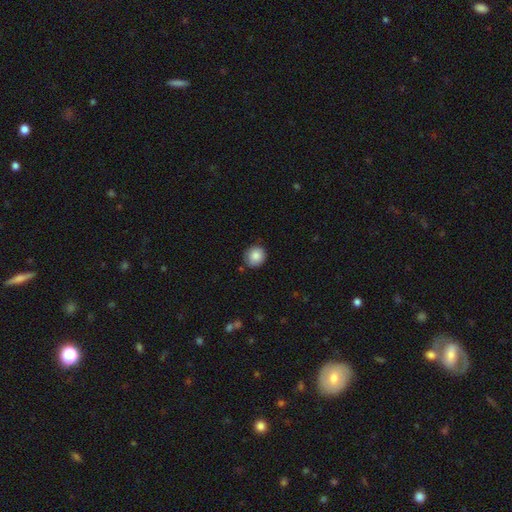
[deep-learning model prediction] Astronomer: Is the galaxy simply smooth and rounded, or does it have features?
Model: smooth — 86%.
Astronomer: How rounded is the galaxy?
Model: round — 84%.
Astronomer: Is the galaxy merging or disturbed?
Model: none — 81%.